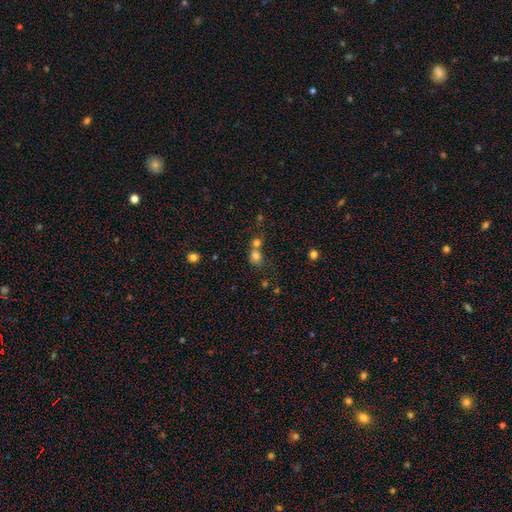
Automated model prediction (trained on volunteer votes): Smooth or featured: smooth — 77% (star or artifact — 14%)
How rounded: round — 68% (in between — 30%)
Merging: merger — 55% (none — 34%)